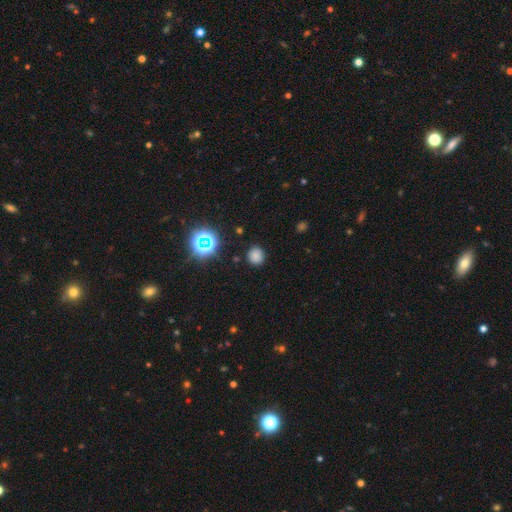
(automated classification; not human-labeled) smooth_or_featured: smooth (p=0.76) [alt: star or artifact p=0.19]
how_rounded: round (p=0.89) [alt: in between p=0.10]
merging: none (p=0.88) [alt: minor disturbance p=0.08]